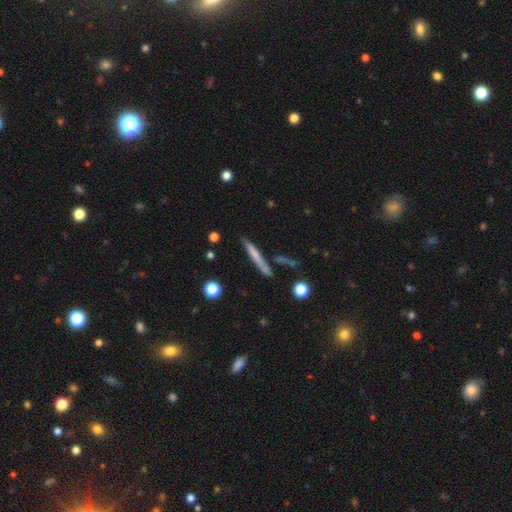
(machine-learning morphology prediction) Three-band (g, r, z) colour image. It shows a smooth galaxy with no disk features (55%) that is cigar-shaped (94%). Merging: none (79%).